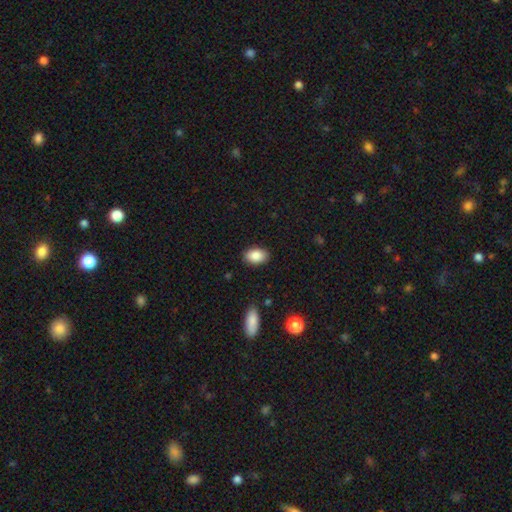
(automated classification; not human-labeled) smooth 87%, star or artifact 7%, featured or disk 6%. Down the decision tree: how rounded — in between (90%); merging — none (88%).